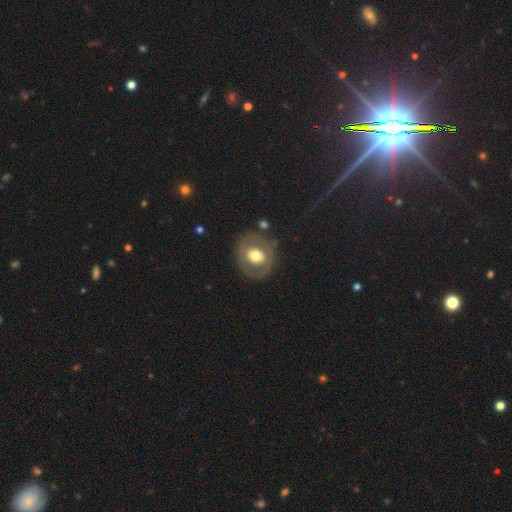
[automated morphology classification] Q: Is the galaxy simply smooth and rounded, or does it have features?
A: smooth — 47%.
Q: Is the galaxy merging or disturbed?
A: none — 76%.